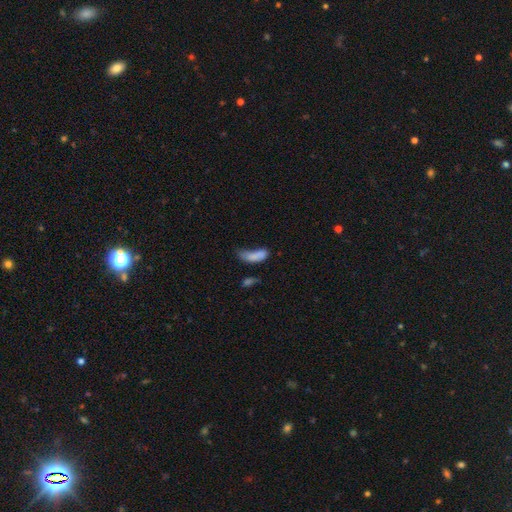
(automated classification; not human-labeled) Smooth or featured?
  - smooth: 76% *
  - featured or disk: 14%
  - star or artifact: 11%
How rounded?
  - in between: 64% *
  - cigar-shaped: 33%
  - round: 3%
Merging?
  - major disturbance: 30% *
  - none: 28%
  - minor disturbance: 25%
  - merger: 17%